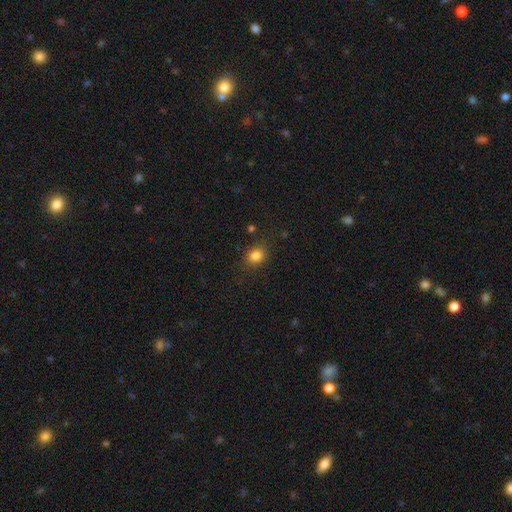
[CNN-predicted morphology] Overall: smooth (83%). How rounded: round (63%; in between 36%). Merging: none (82%).